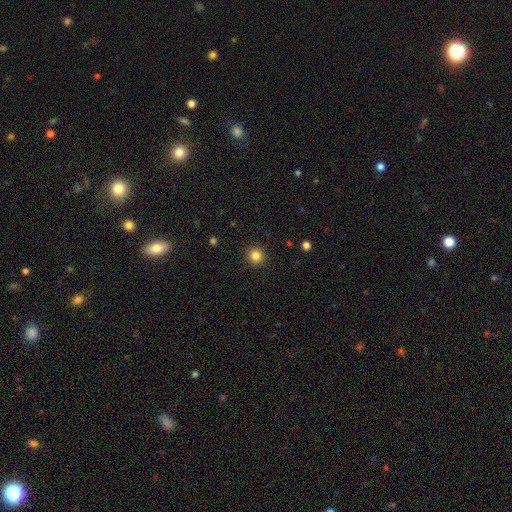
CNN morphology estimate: Smooth or featured? Predicted: smooth (p=0.83). How rounded? Predicted: round (p=0.95). Merging? Predicted: none (p=0.92).